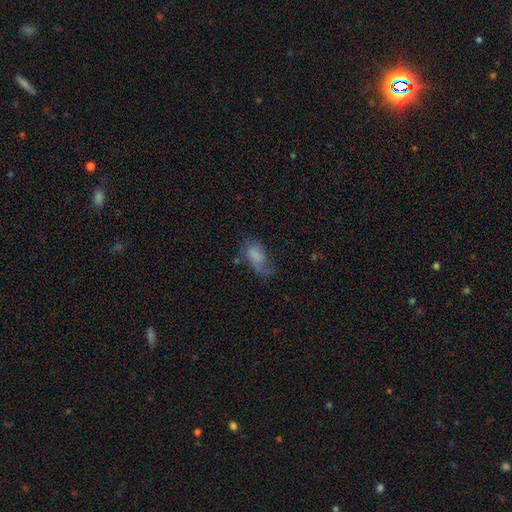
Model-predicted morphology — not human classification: type=smooth (69%); roundness=in between (89%); merging=none (40%).